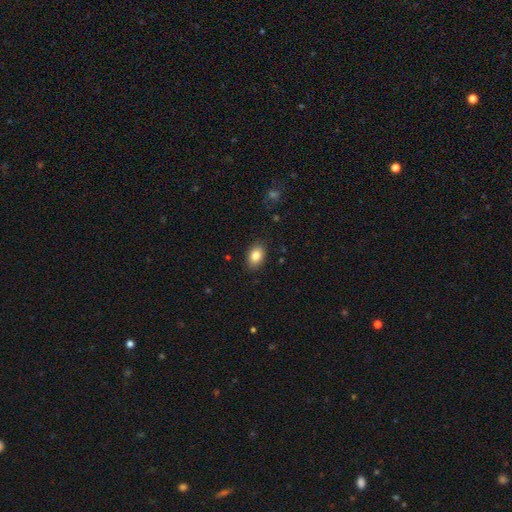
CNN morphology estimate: The model was most divided on "how rounded": in between: 86%, round: 12%, cigar-shaped: 1%. More confident: merging — none (87%); smooth or featured — smooth (84%).